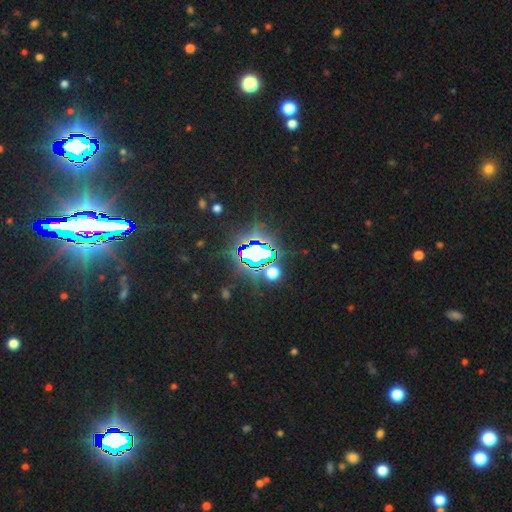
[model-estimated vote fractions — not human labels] Q: Smooth or featured?
A: star or artifact (77%); runner-up: smooth (14%)